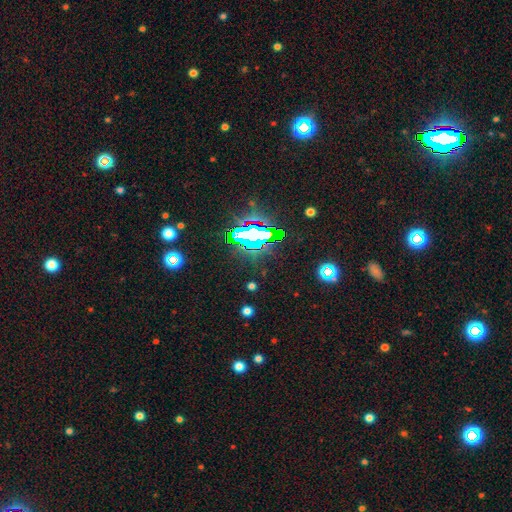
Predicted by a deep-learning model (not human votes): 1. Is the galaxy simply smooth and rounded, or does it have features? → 82% star or artifact, 10% smooth, 8% featured or disk.